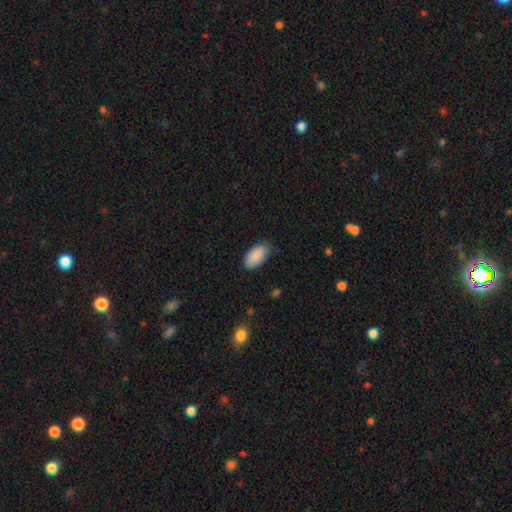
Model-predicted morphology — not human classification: Overall: smooth (90%). How rounded: in between (95%). Merging: none (78%).